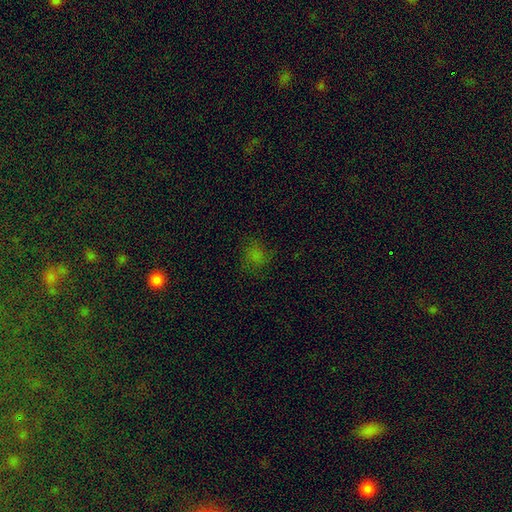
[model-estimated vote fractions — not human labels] Q: Smooth or featured?
A: smooth (68%); runner-up: star or artifact (22%)
Q: How rounded?
A: round (75%); runner-up: in between (24%)
Q: Merging?
A: none (70%); runner-up: minor disturbance (18%)